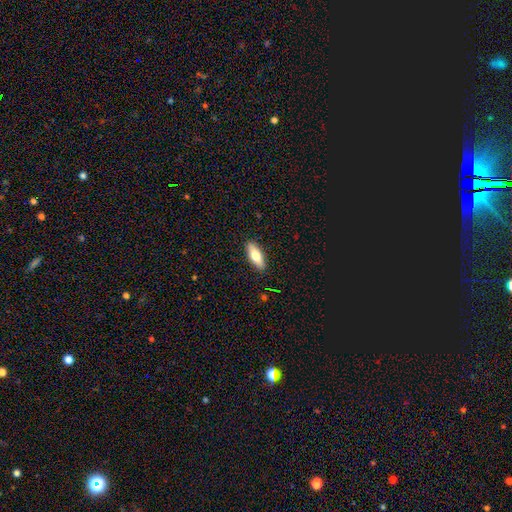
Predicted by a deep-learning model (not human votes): Smooth or featured?
  - smooth: 71% *
  - featured or disk: 23%
  - star or artifact: 6%
How rounded?
  - in between: 67% *
  - cigar-shaped: 30%
  - round: 2%
Merging?
  - none: 89% *
  - minor disturbance: 8%
  - major disturbance: 2%
  - merger: 1%